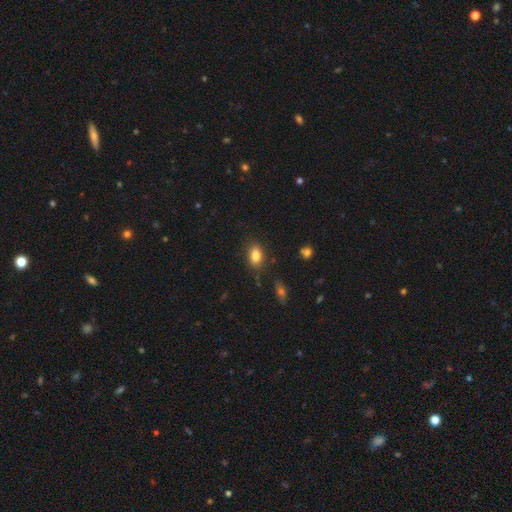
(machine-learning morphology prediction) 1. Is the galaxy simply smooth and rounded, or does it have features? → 84% smooth, 9% star or artifact, 7% featured or disk.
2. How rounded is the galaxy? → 83% in between, 14% round, 2% cigar-shaped.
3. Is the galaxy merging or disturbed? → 81% none, 13% minor disturbance, 3% major disturbance, 3% merger.